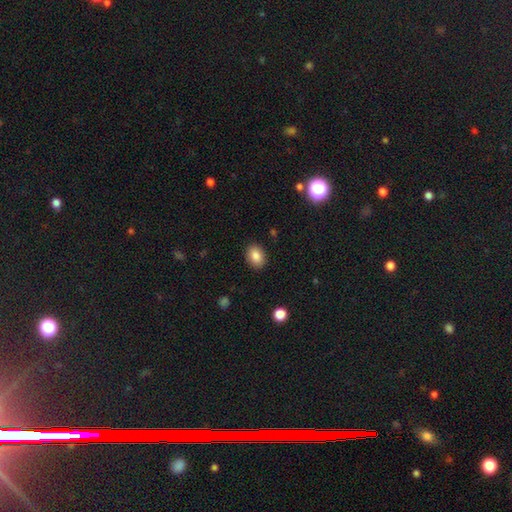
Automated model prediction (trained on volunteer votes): smooth 86%, star or artifact 9%, featured or disk 5%. Down the decision tree: how rounded — in between (70%); merging — none (89%).